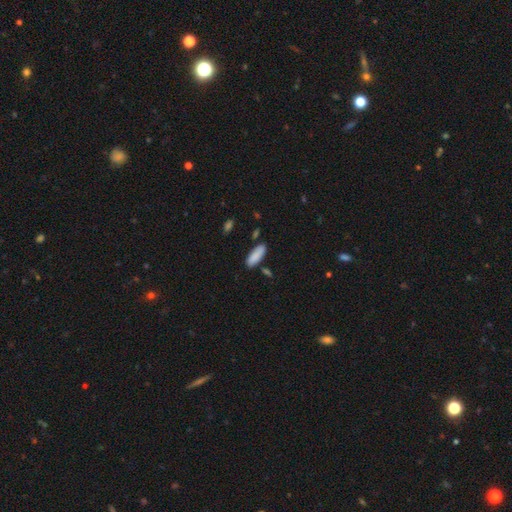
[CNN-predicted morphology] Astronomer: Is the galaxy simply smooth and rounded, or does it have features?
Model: smooth — 88%.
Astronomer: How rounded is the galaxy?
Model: in between — 68%.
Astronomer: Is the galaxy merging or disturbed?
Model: none — 80%.